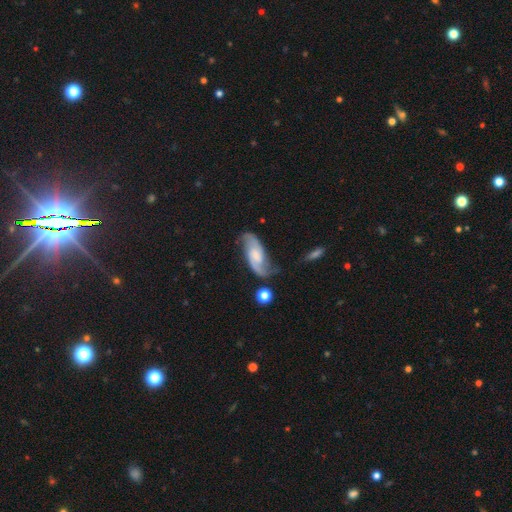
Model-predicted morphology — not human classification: smooth_or_featured: featured or disk (p=0.80) [alt: smooth p=0.14]
disk_edge_on: no (p=0.94) [alt: yes p=0.06]
bar: weak (p=0.44) [tied with: no p=0.44]
has_spiral_arms: yes (p=0.96) [alt: no p=0.04]
spiral_winding: loose (p=0.44) [alt: medium p=0.42]
spiral_arm_count: 2 (p=0.90) [alt: can't tell p=0.05]
bulge_size: small (p=0.37) [alt: moderate p=0.34]
merging: none (p=0.65) [alt: minor disturbance p=0.21]